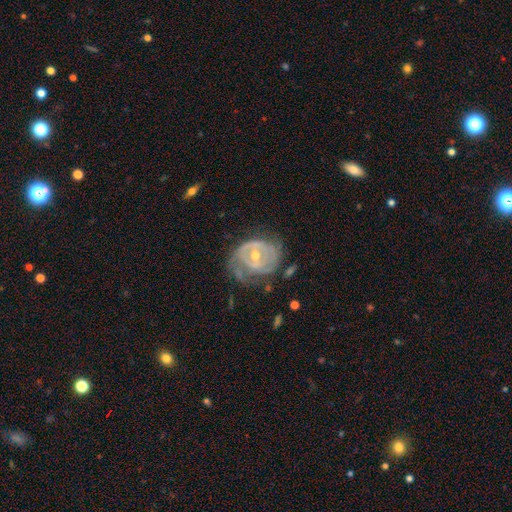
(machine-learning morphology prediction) Smooth or featured? featured or disk (80%)
Edge-on disk? no (97%)
Bar? no (55%)
Spiral arms? yes (75%)
Spiral winding? tight (64%)
Spiral arm count? can't tell (39%)
Bulge size? moderate (56%)
Merging? none (45%)